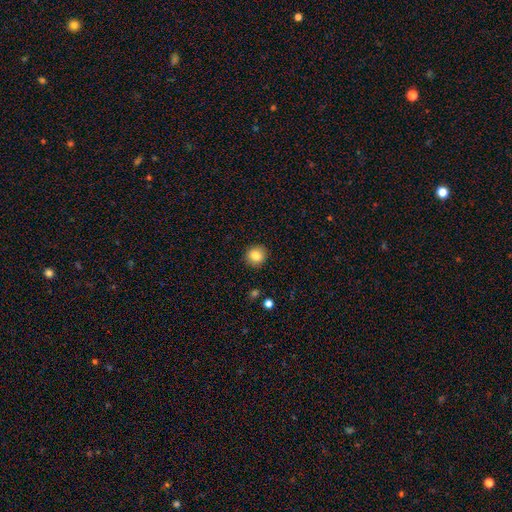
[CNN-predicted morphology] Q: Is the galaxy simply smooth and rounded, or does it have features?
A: smooth — 84%.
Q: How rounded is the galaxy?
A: round — 90%.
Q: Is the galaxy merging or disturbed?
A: none — 91%.